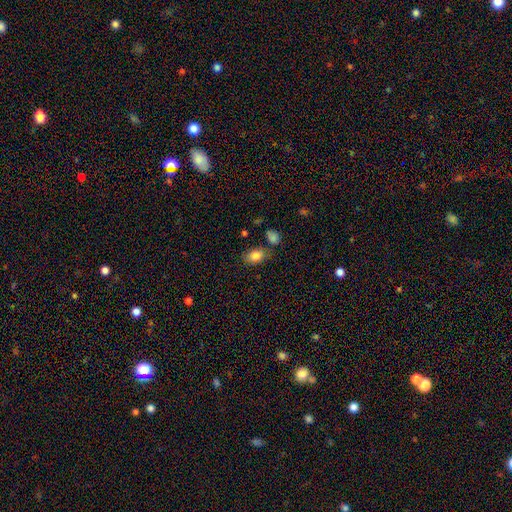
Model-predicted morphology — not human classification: This appears to be a smooth galaxy with no disk features (84%) that is in between round and cigar-shaped (83%). Merging: none (69%).